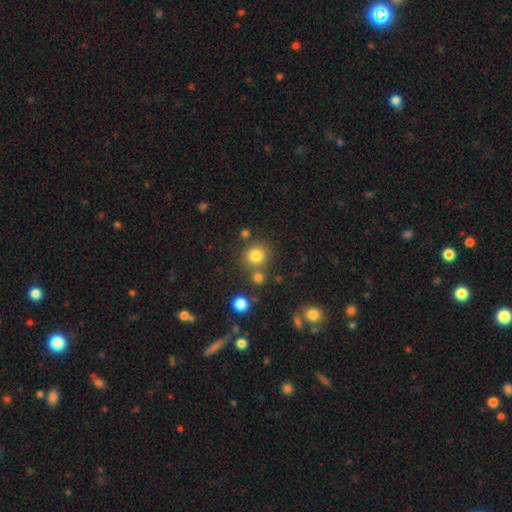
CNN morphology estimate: smooth 80%, star or artifact 14%, featured or disk 7%. Down the decision tree: how rounded — round (89%); merging — none (73%).